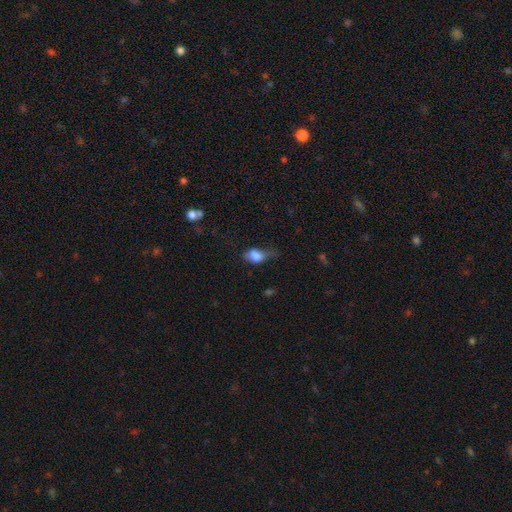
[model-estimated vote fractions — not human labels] smooth_or_featured: smooth (p=0.75) [alt: featured or disk p=0.15]
how_rounded: in between (p=0.78) [alt: round p=0.18]
merging: minor disturbance (p=0.37) [alt: major disturbance p=0.31]